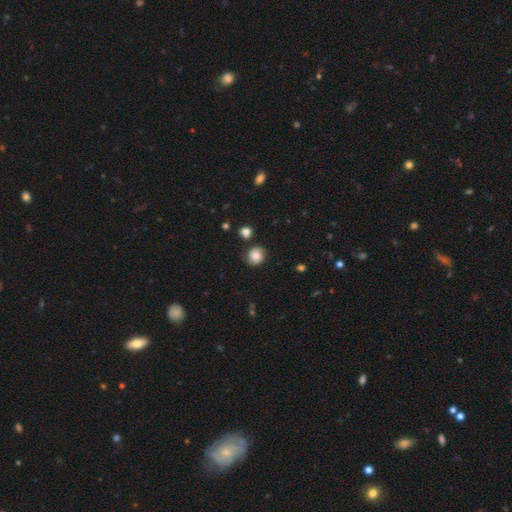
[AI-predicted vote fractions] Overall: smooth (79%). How rounded: round (85%). Merging: none (83%).